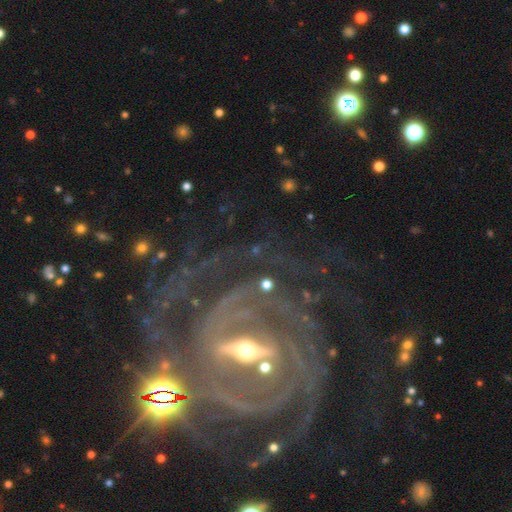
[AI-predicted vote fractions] A featured or disk galaxy (89%) with a strong bar (54%), 2 (26%) tight (66%) spiral arms (96%) and a small central bulge (58%).

Vote fractions:
- Smooth or featured? featured or disk: 89% / star or artifact: 7% / smooth: 4%
- Edge-on disk? no: 97% / yes: 3%
- Bar? strong: 54% / weak: 33% / no: 13%
- Spiral arms? yes: 96% / no: 4%
- Spiral winding? tight: 66% / medium: 28% / loose: 6%
- Spiral arm count? 2: 26% / can't tell: 22% / 3: 19% / 4: 14% / more than 4: 10% / 1: 9%
- Bulge size? small: 58% / moderate: 36% / large: 3% / none: 2% / dominant: 1%
- Merging? none: 61% / minor disturbance: 16% / major disturbance: 15% / merger: 8%